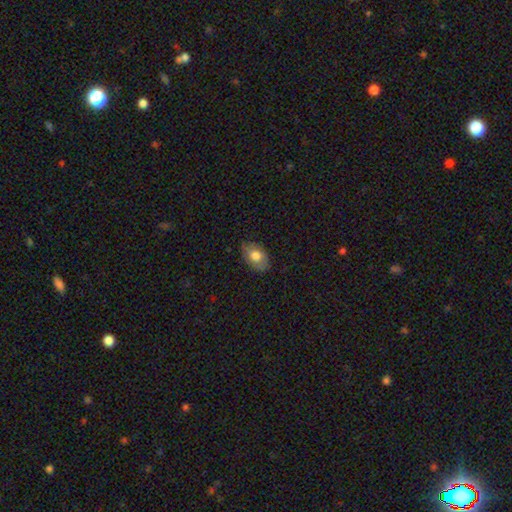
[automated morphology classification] A smooth galaxy with no disk features (69%) that is in between round and cigar-shaped (90%).

Vote fractions:
- Smooth or featured? smooth: 69% / featured or disk: 24% / star or artifact: 7%
- How rounded? in between: 90% / round: 9% / cigar-shaped: 1%
- Merging? none: 78% / minor disturbance: 18% / major disturbance: 4% / merger: 1%